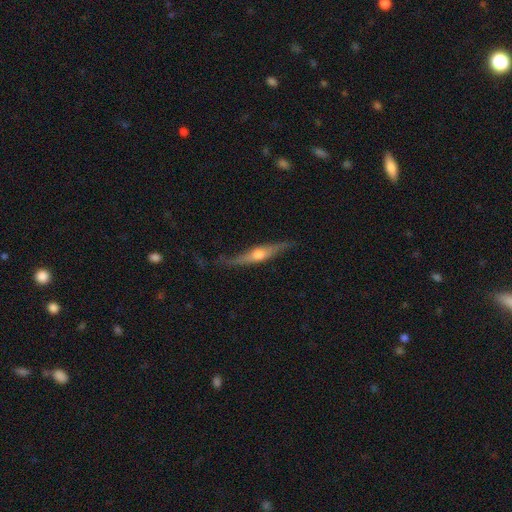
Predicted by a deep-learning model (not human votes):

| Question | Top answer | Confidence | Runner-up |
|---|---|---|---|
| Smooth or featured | featured or disk | 74% | smooth (20%) |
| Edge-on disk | yes | 91% | no (9%) |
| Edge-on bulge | rounded | 92% | boxy (4%) |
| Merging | none | 69% | minor disturbance (22%) |